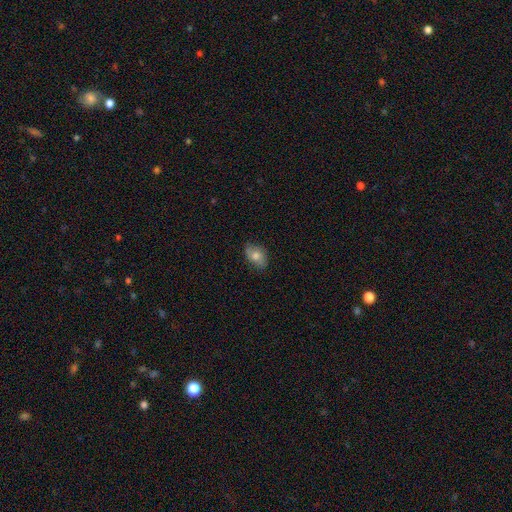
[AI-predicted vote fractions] A smooth galaxy with no disk features (63%) that is in between round and cigar-shaped (81%). Merging: none (76%).